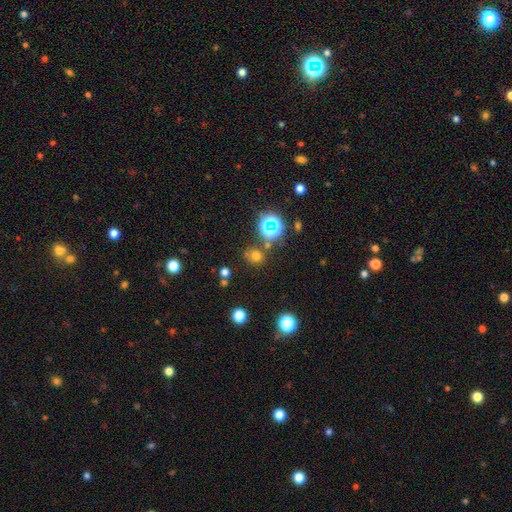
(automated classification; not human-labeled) Smooth or featured?
  - smooth: 62% *
  - star or artifact: 30%
  - featured or disk: 8%
How rounded?
  - round: 83% *
  - in between: 16%
  - cigar-shaped: 1%
Merging?
  - none: 74% *
  - minor disturbance: 11%
  - merger: 10%
  - major disturbance: 4%